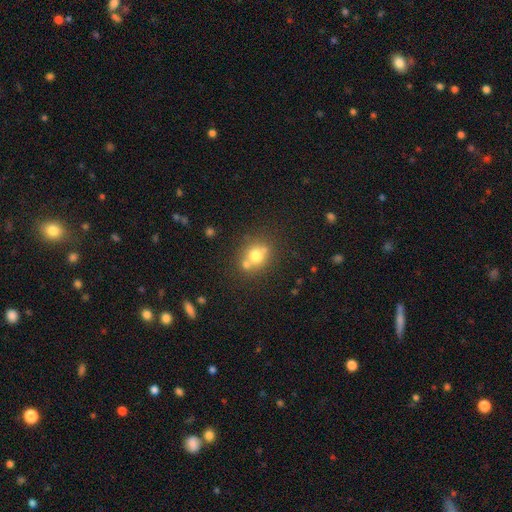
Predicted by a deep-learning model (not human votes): smooth 69%, featured or disk 18%, star or artifact 13%. Down the decision tree: how rounded — round (78%); merging — none (55%).